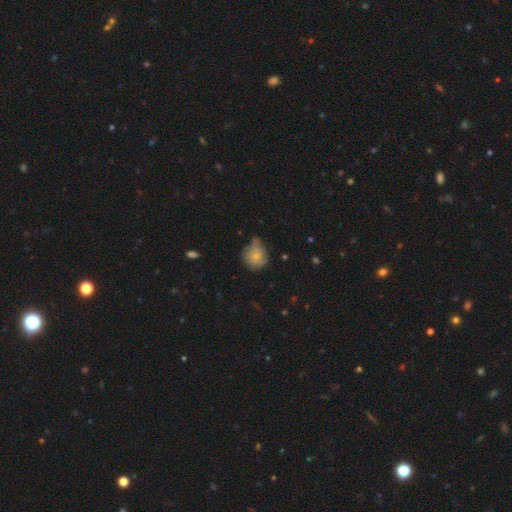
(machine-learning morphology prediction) Overall: smooth (63%; featured or disk 28%). How rounded: round (77%). Merging: none (48%; minor disturbance 34%).